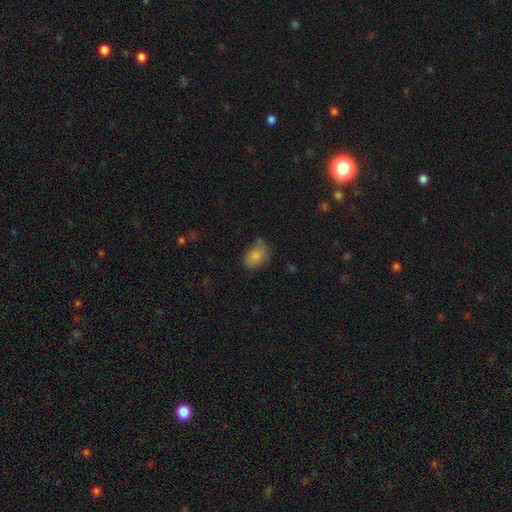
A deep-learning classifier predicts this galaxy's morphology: A smooth galaxy with no disk features (82%) that is in between round and cigar-shaped (74%).

Vote fractions:
- Smooth or featured? smooth: 82% / featured or disk: 9% / star or artifact: 8%
- How rounded? in between: 74% / round: 24% / cigar-shaped: 1%
- Merging? none: 60% / minor disturbance: 29% / major disturbance: 7% / merger: 4%